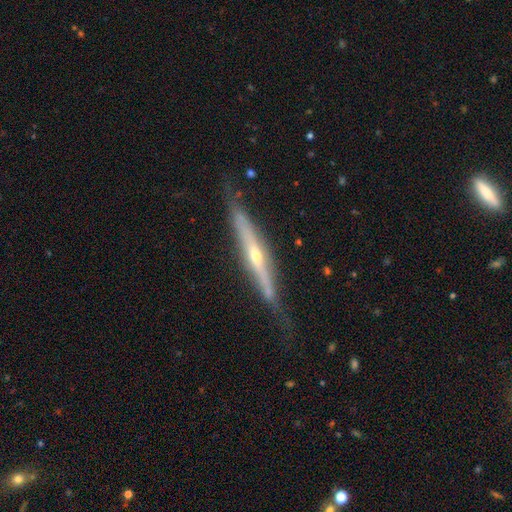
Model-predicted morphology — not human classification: The model was most divided on "merging": none: 74%, minor disturbance: 19%, major disturbance: 5%, merger: 2%. More confident: edge-on disk — yes (93%); edge-on bulge — rounded (83%); smooth or featured — featured or disk (82%).